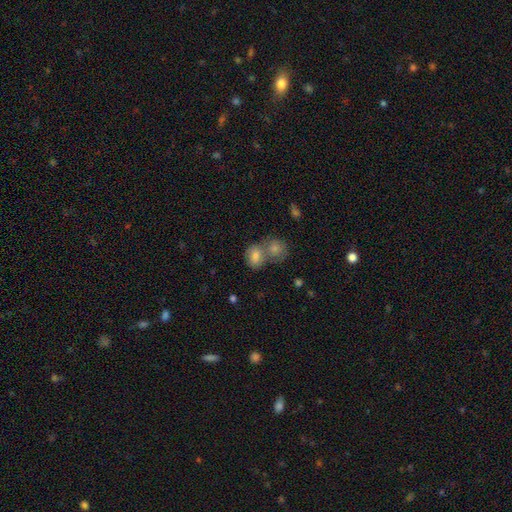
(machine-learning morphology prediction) This is likely a smooth galaxy (79%). How rounded: possibly in between (54%). Merging: possibly merger (57%).